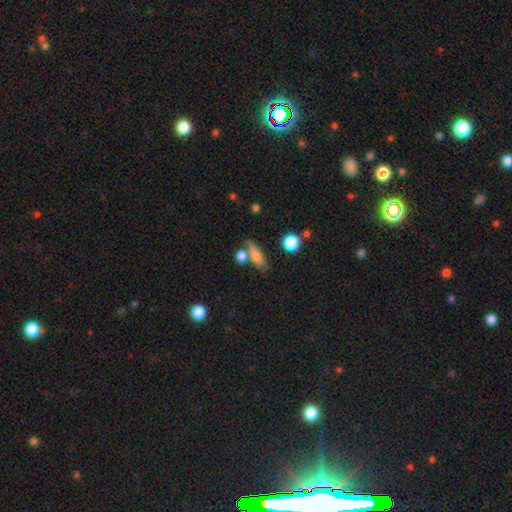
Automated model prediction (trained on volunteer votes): A smooth galaxy with no disk features (78%) that is in between round and cigar-shaped (54%).

Vote fractions:
- Smooth or featured? smooth: 78% / featured or disk: 12% / star or artifact: 9%
- How rounded? in between: 54% / cigar-shaped: 36% / round: 10%
- Merging? none: 57% / merger: 23% / minor disturbance: 15% / major disturbance: 6%